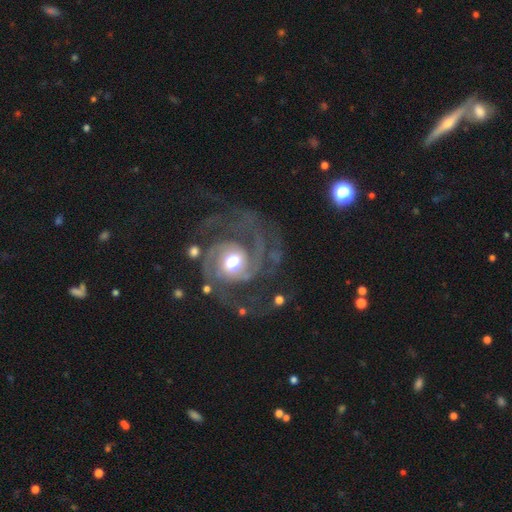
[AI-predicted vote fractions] Smooth or featured? featured or disk (89%)
Edge-on disk? no (98%)
Bar? no (68%)
Spiral arms? yes (96%)
Spiral winding? tight (53%)
Spiral arm count? 2 (40%)
Bulge size? moderate (66%)
Merging? none (69%)